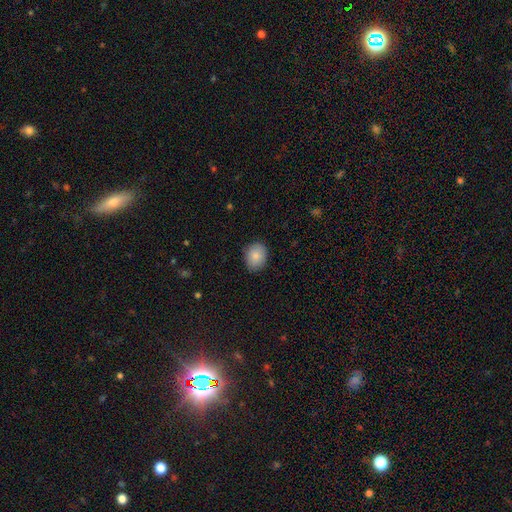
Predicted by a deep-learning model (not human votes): The model was most divided on "how rounded": in between: 51%, round: 48%, cigar-shaped: 1%. More confident: smooth or featured — smooth (86%); merging — none (86%).